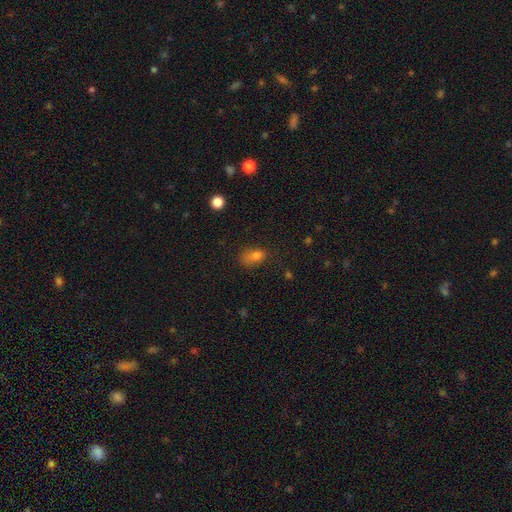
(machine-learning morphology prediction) smooth_or_featured: smooth (p=0.75) [alt: star or artifact p=0.15]
how_rounded: in between (p=0.74) [alt: round p=0.24]
merging: none (p=0.41) [alt: minor disturbance p=0.31]